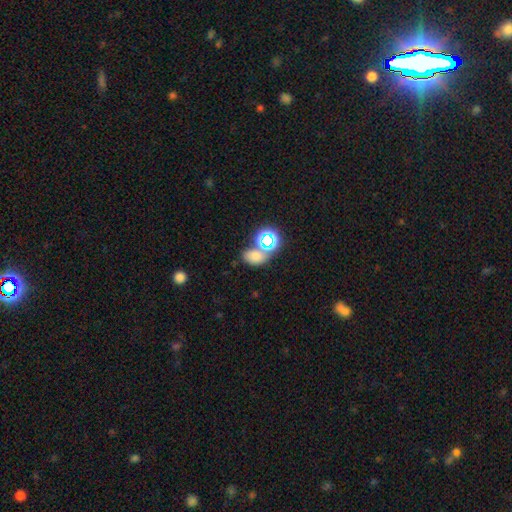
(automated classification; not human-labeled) Overall: smooth (62%; star or artifact 28%). How rounded: in between (71%). Merging: none (53%; merger 28%).